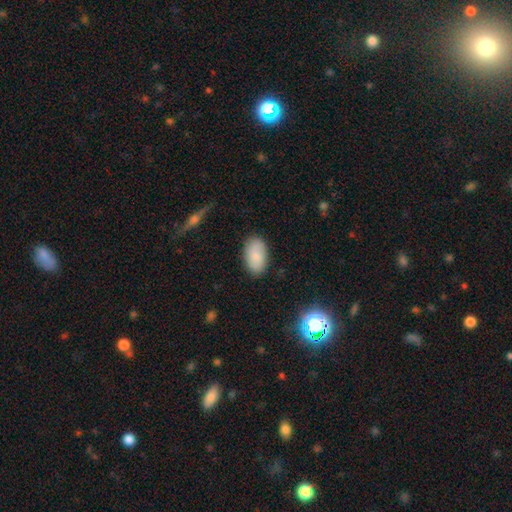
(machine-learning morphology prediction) Smooth or featured? Predicted: smooth (p=0.83). How rounded? Predicted: in between (p=0.93). Merging? Predicted: none (p=0.85).